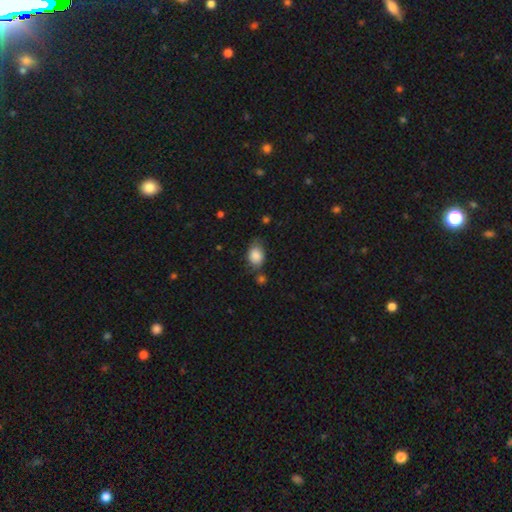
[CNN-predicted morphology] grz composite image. It shows a smooth galaxy with no disk features (86%) that is in between round and cigar-shaped (77%). Merging: none (59%).